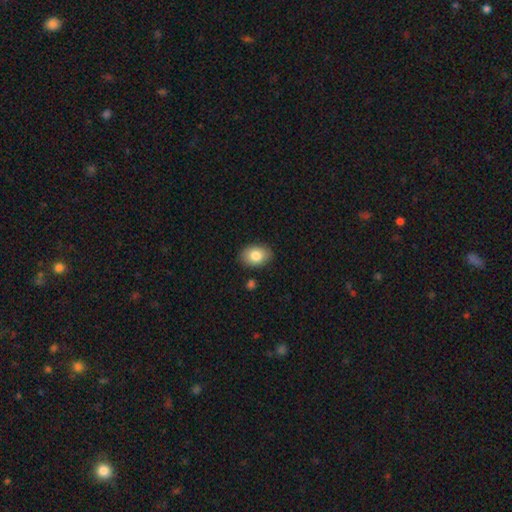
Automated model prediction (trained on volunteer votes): A smooth galaxy with no disk features (82%) that is in between round and cigar-shaped (78%). Merging: none (86%).